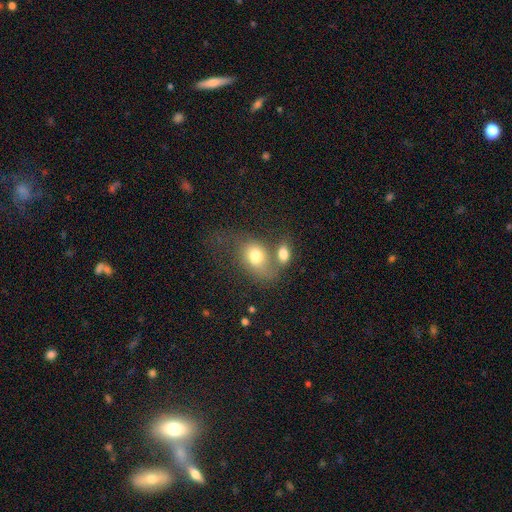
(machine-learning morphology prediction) This is likely a smooth galaxy (70%). How rounded: likely in between (68%). Merging: possibly merger (46%).